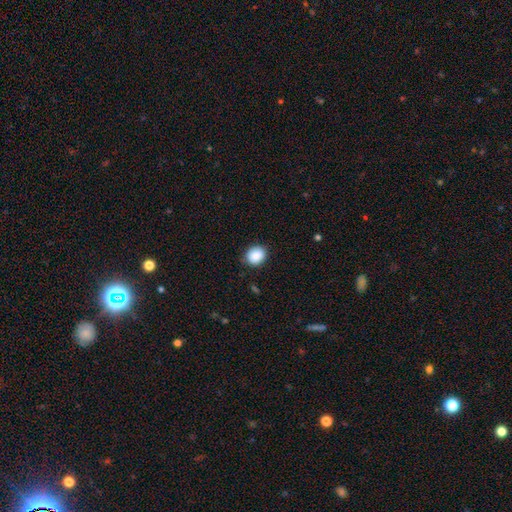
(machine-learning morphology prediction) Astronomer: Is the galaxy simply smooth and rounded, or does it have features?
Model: smooth — 88%.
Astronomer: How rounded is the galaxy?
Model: round — 69%.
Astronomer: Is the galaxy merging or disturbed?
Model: none — 85%.